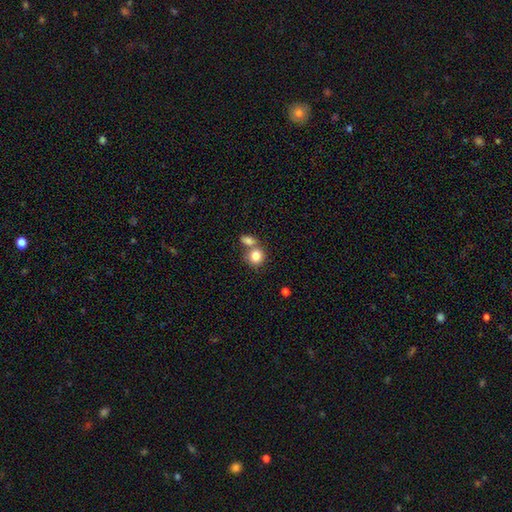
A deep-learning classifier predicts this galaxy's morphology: Overall: smooth (83%). How rounded: round (76%). Merging: merger (45%; none 43%).